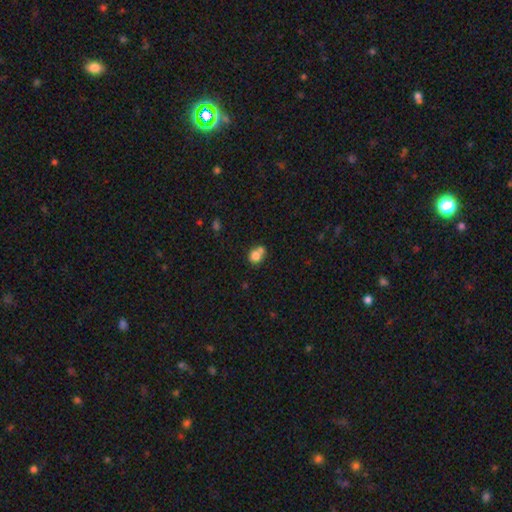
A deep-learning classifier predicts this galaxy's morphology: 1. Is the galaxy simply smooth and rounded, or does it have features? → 78% smooth, 11% featured or disk, 11% star or artifact.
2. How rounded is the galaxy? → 70% round, 29% in between, 1% cigar-shaped.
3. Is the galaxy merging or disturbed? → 45% merger, 39% none, 12% minor disturbance, 5% major disturbance.